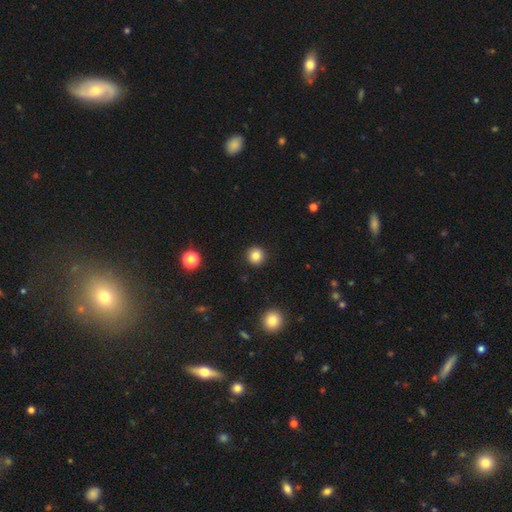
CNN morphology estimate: Smooth or featured? smooth (84%)
How rounded? round (94%)
Merging? none (92%)